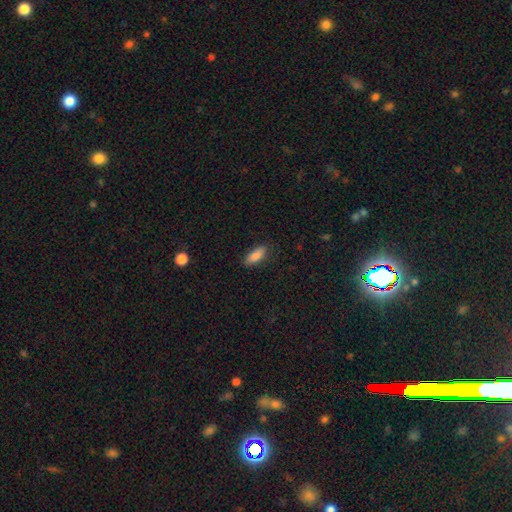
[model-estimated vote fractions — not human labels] Smooth or featured? Predicted: smooth (p=0.85). How rounded? Predicted: in between (p=0.76). Merging? Predicted: none (p=0.84).